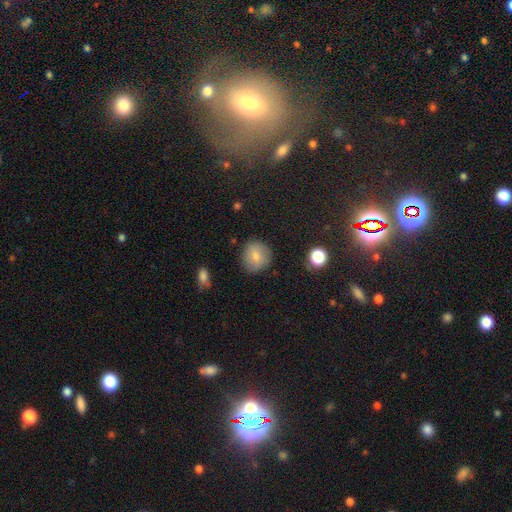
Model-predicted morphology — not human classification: A smooth galaxy with no disk features (79%) that is round (83%). Merging: none (82%).